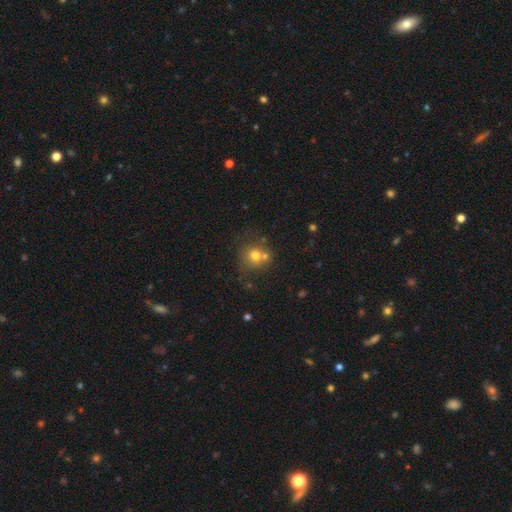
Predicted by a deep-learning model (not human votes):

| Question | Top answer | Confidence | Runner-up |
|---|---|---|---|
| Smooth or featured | smooth | 72% | featured or disk (14%) |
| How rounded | round | 86% | in between (13%) |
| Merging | none | 56% | merger (28%) |